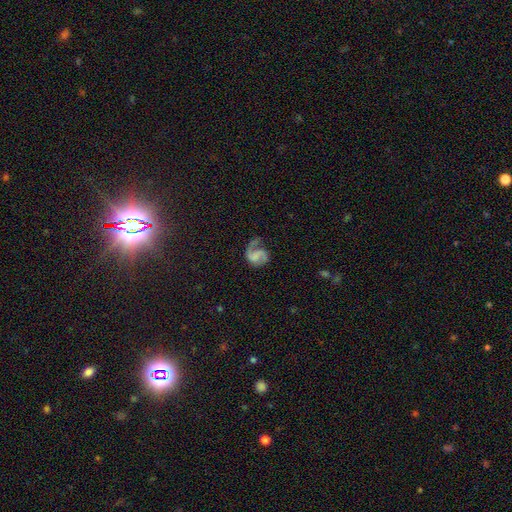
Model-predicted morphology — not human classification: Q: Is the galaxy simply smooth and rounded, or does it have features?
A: featured or disk — 67%.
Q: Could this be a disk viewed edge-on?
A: no — 98%.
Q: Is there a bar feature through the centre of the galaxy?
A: no — 53%.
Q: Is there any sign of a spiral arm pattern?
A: yes — 90%.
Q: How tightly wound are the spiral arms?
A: loose — 45%.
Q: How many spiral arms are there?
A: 2 — 49%.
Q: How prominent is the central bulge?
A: none — 58%.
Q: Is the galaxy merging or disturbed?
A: none — 41%.